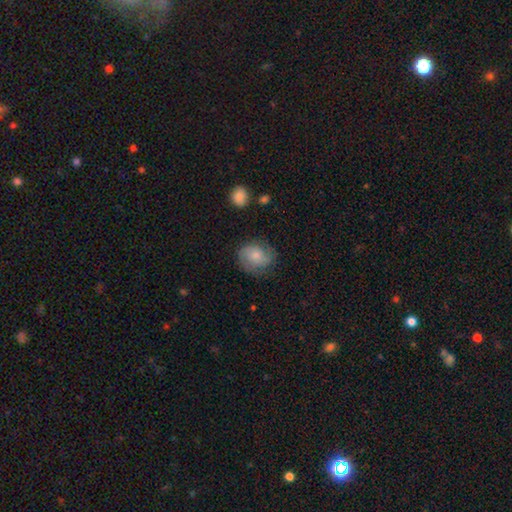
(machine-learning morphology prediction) Smooth or featured? smooth (55%)
How rounded? round (62%)
Merging? none (69%)